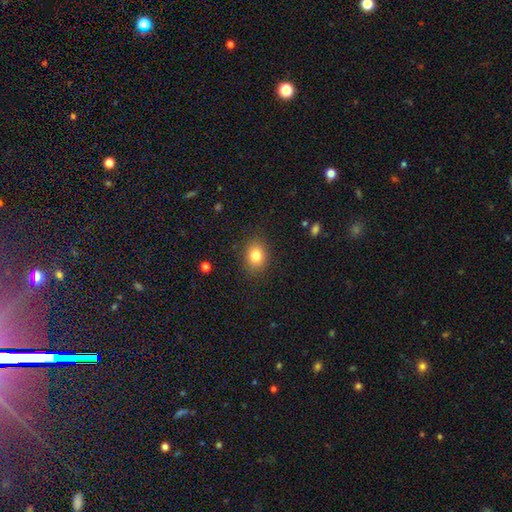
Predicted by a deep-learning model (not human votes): Smooth or featured? Predicted: smooth (p=0.81). How rounded? Predicted: round (p=0.51). Merging? Predicted: none (p=0.87).